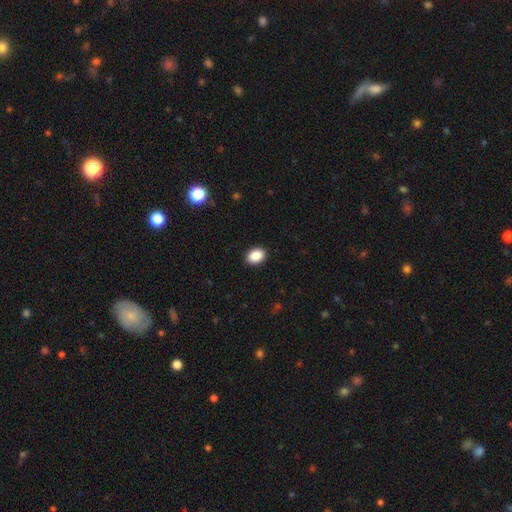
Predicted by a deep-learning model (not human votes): Smooth or featured? smooth (89%)
How rounded? in between (78%)
Merging? none (91%)